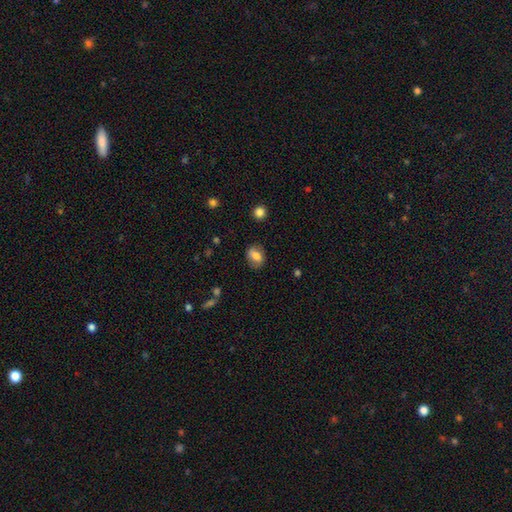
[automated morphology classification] Overall: smooth (66%). How rounded: in between (64%; round 34%). Merging: none (79%).